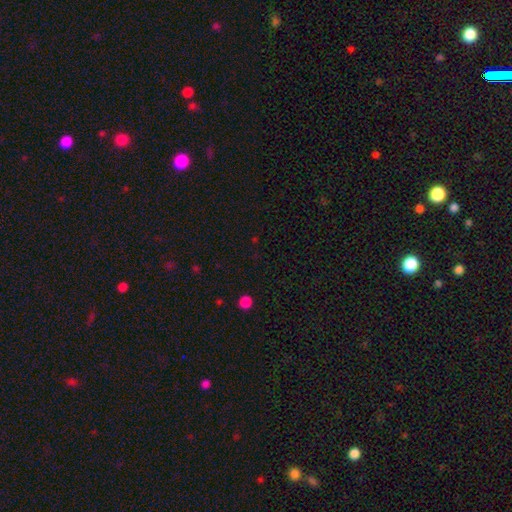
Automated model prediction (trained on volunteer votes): The model was most divided on "smooth or featured": star or artifact: 54%, smooth: 40%, featured or disk: 6%.